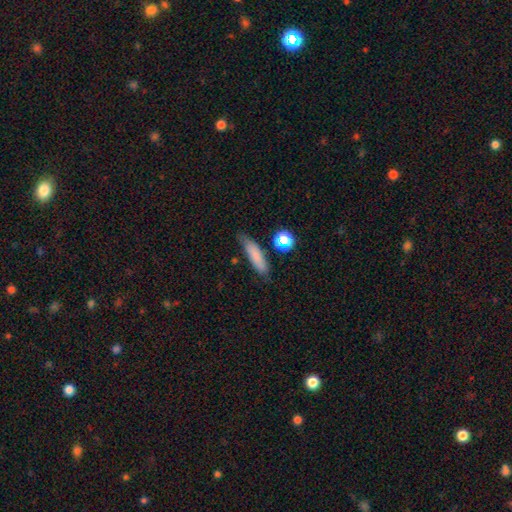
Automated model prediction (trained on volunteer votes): A smooth galaxy with no disk features (79%) that is cigar-shaped (65%). Merging: none (73%).